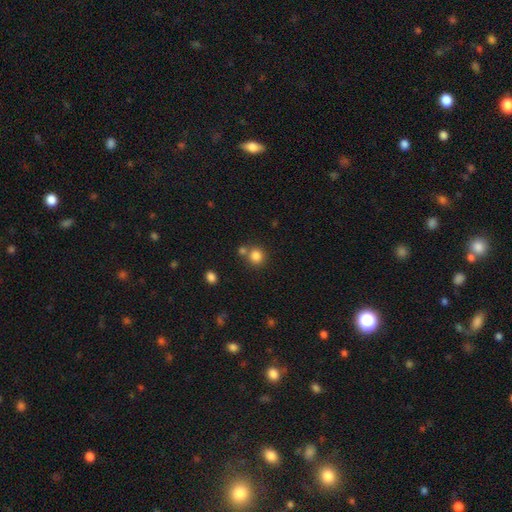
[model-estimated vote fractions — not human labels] This is clearly a smooth galaxy (83%). How rounded: clearly round (88%). Merging: likely none (64%).